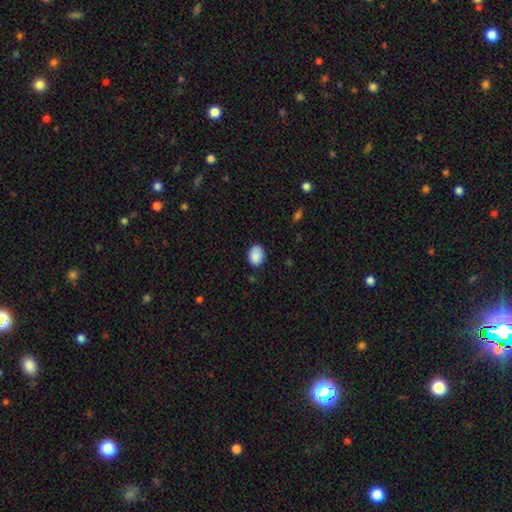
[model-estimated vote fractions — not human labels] Smooth or featured? Predicted: smooth (p=0.89). How rounded? Predicted: in between (p=0.70). Merging? Predicted: none (p=0.79).